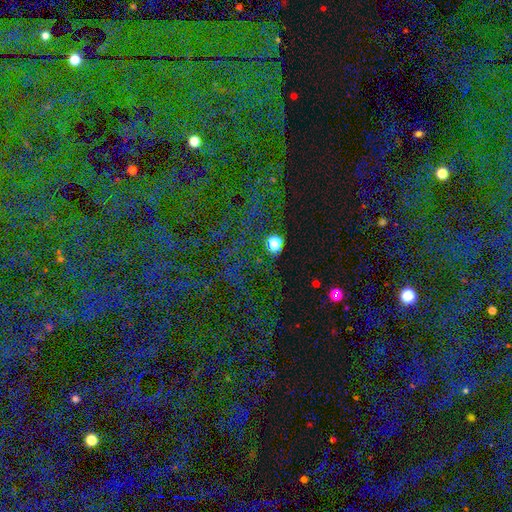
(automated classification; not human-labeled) A star or artifact, not a galaxy (81%).